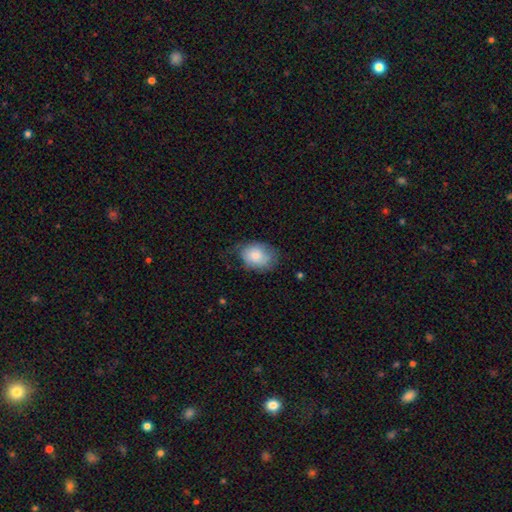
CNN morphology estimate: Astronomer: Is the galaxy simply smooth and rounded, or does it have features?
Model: smooth — 77%.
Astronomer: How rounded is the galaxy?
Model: in between — 65%.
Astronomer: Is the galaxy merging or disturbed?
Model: none — 56% (runner-up: minor disturbance, 32%).